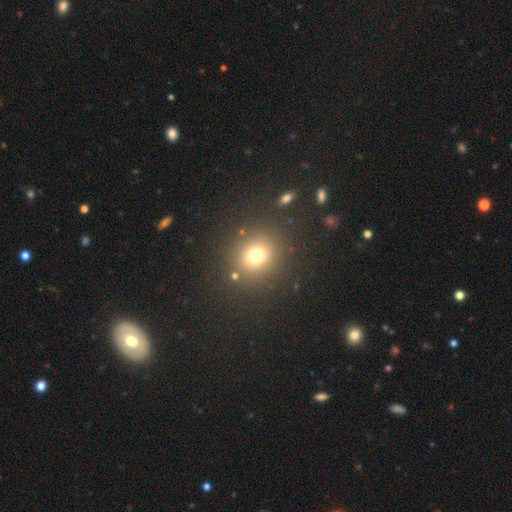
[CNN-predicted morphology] This appears to be a smooth galaxy with no disk features (72%) that is round (83%). Merging: none (85%).